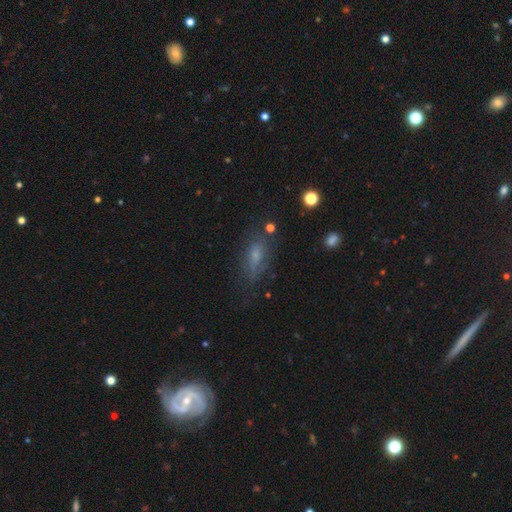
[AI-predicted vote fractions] Q: Smooth or featured?
A: smooth (54%); runner-up: featured or disk (30%)
Q: How rounded?
A: in between (68%); runner-up: cigar-shaped (26%)
Q: Merging?
A: none (66%); runner-up: minor disturbance (20%)